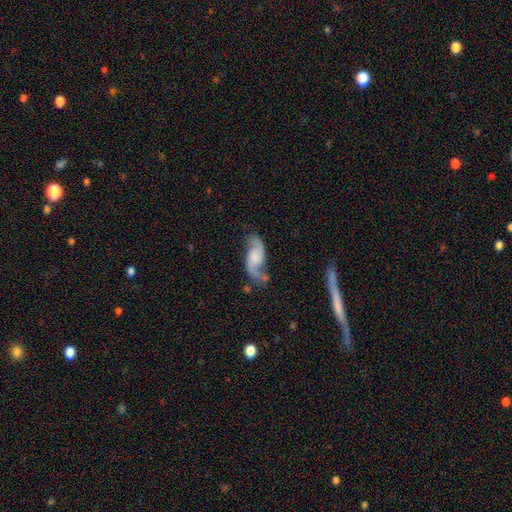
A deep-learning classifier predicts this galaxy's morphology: Smooth or featured: featured or disk — 83% (smooth — 11%)
Edge-on disk: no — 96% (yes — 4%)
Bar: no — 57% (weak — 34%)
Spiral arms: yes — 96% (no — 4%)
Spiral winding: loose — 57% (medium — 34%)
Spiral arm count: 2 — 91% (1 — 4%)
Bulge size: none — 35% (moderate — 24%)
Merging: none — 66% (minor disturbance — 20%)